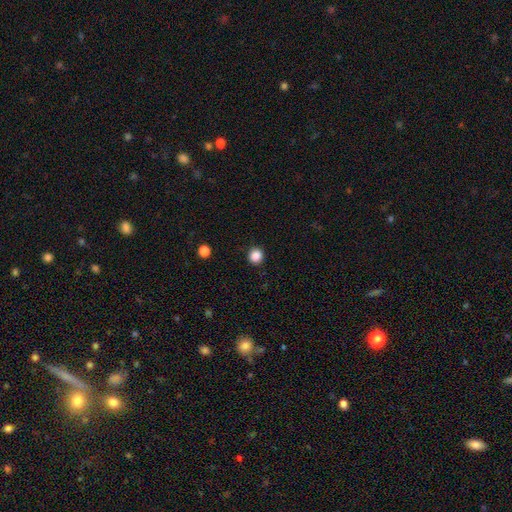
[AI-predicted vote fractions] A smooth galaxy with no disk features (87%) that is round (92%).

Vote fractions:
- Smooth or featured? smooth: 87% / star or artifact: 11% / featured or disk: 2%
- How rounded? round: 92% / in between: 8% / cigar-shaped: 1%
- Merging? none: 92% / minor disturbance: 5% / major disturbance: 2% / merger: 1%